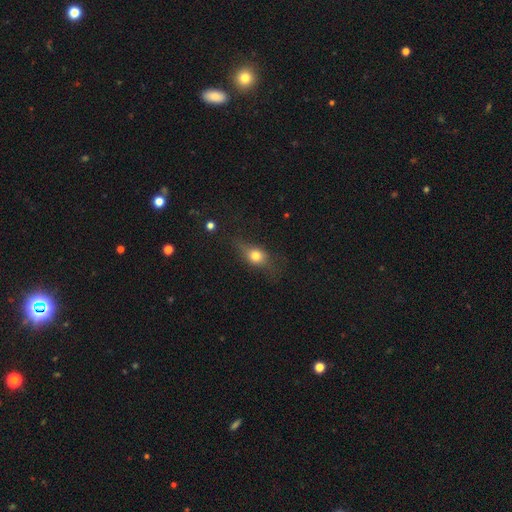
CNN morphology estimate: A smooth galaxy with no disk features (66%) that is in between round and cigar-shaped (52%).

Vote fractions:
- Smooth or featured? smooth: 66% / featured or disk: 21% / star or artifact: 12%
- How rounded? in between: 52% / round: 39% / cigar-shaped: 10%
- Merging? none: 55% / minor disturbance: 27% / major disturbance: 16% / merger: 2%